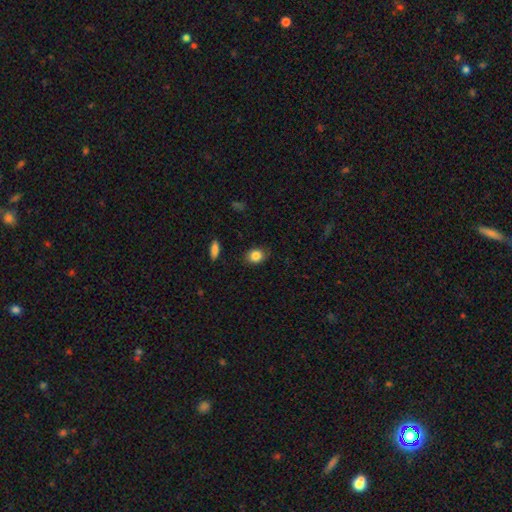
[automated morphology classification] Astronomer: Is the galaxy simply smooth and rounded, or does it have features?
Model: smooth — 85%.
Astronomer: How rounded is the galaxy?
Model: round — 50% (runner-up: in between, 48%).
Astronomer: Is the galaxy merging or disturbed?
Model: none — 84%.